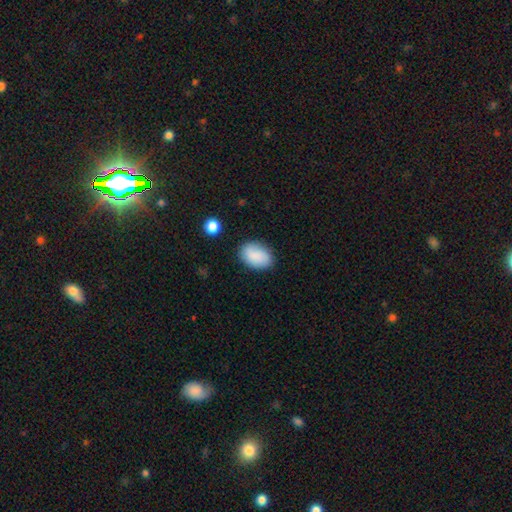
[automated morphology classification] smooth-or-featured: smooth: 86% | featured or disk: 7% | star or artifact: 7%
  how-rounded: in between: 84% | round: 14% | cigar-shaped: 1%
  merging: none: 82% | minor disturbance: 13% | major disturbance: 3% | merger: 2%